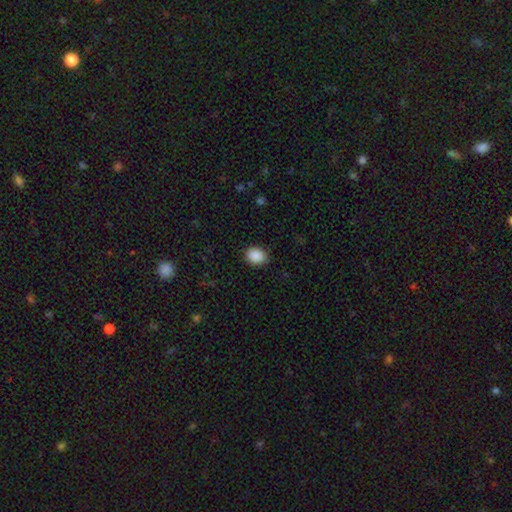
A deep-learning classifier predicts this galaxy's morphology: This is clearly a smooth galaxy (90%). How rounded: possibly in between (60%). Merging: clearly none (87%).